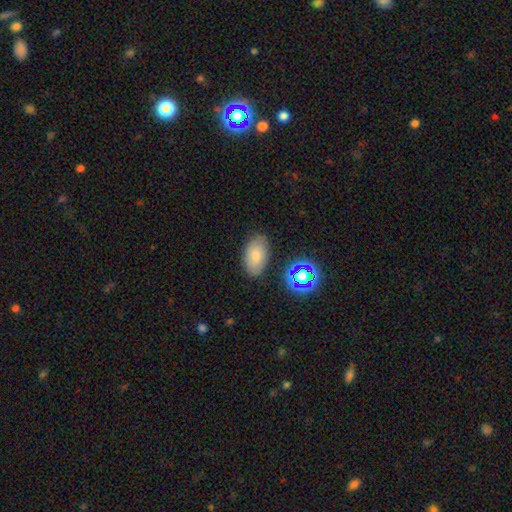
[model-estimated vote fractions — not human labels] Morphology: type=smooth (72%); roundness=in between (92%); merging=none (81%).